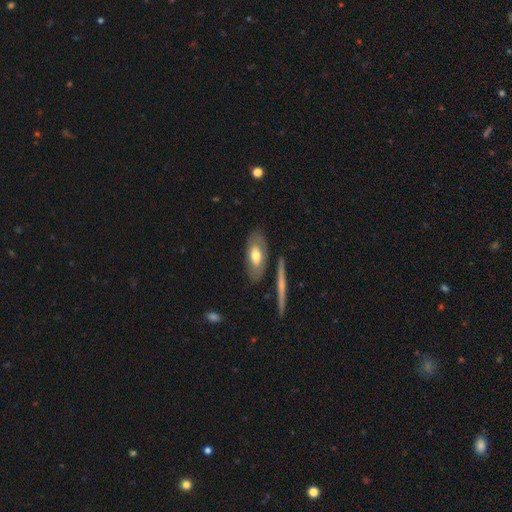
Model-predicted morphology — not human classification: This appears to be a smooth galaxy with no disk features (56%) that is in between round and cigar-shaped (85%). Merging: none (75%).